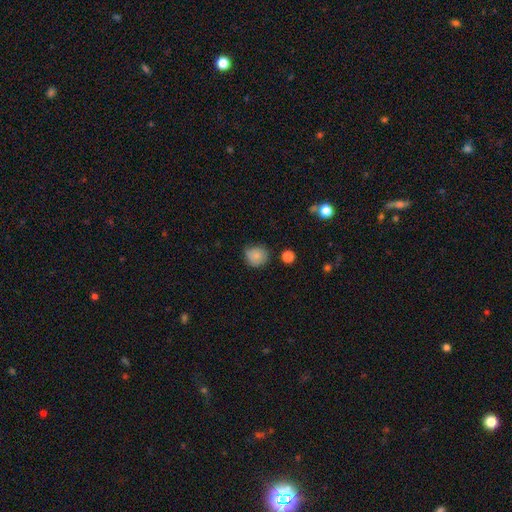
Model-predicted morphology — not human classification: smooth-or-featured: smooth: 84% | star or artifact: 9% | featured or disk: 7%
  how-rounded: round: 85% | in between: 14% | cigar-shaped: 1%
  merging: none: 69% | minor disturbance: 24% | major disturbance: 4% | merger: 3%